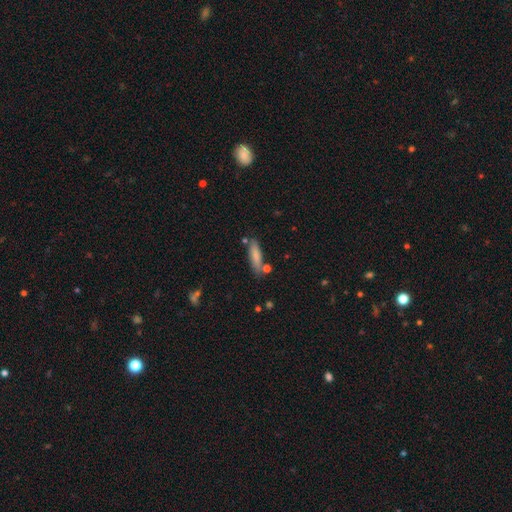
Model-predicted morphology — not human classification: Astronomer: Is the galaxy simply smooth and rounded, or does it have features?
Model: smooth — 81%.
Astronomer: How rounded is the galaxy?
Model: cigar-shaped — 68%.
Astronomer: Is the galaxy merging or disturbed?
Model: none — 78%.